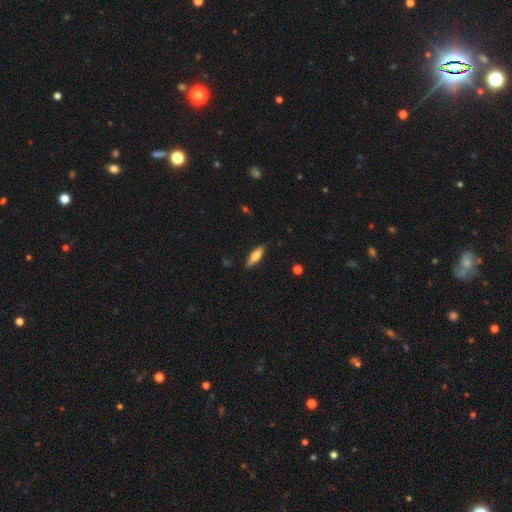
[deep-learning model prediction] smooth 65%, featured or disk 29%, star or artifact 6%. Down the decision tree: how rounded — cigar-shaped (53%); merging — none (88%).